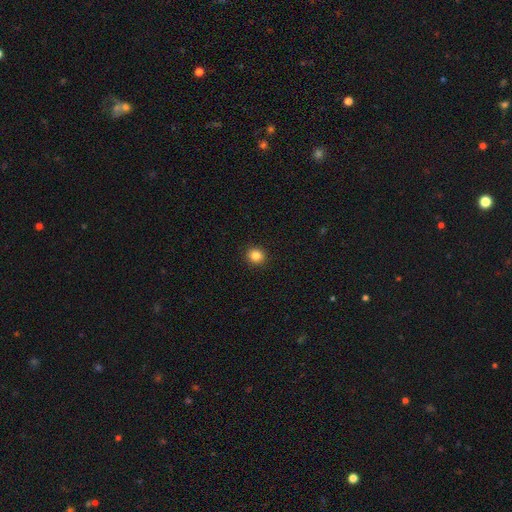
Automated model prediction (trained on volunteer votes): Smooth or featured? Predicted: smooth (p=0.84). How rounded? Predicted: round (p=0.89). Merging? Predicted: none (p=0.93).